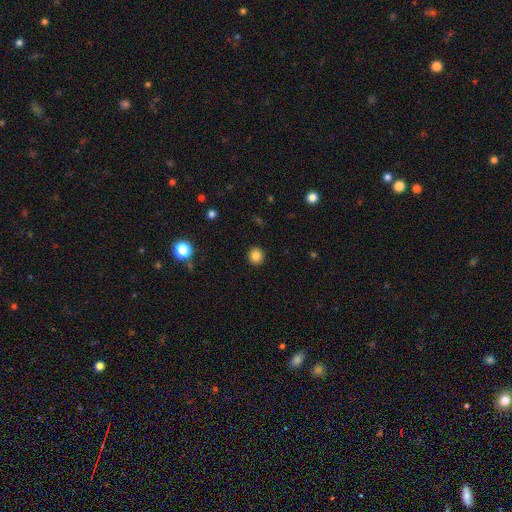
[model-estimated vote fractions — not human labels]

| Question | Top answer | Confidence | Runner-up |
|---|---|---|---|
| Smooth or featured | smooth | 85% | star or artifact (11%) |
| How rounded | round | 90% | in between (9%) |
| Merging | none | 92% | minor disturbance (5%) |